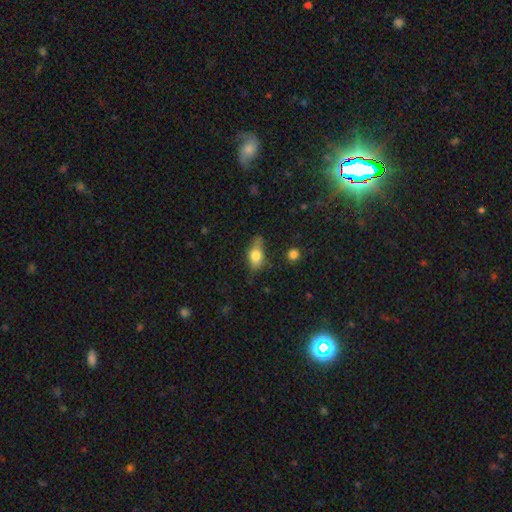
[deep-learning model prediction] Q: Smooth or featured?
A: smooth (70%); runner-up: featured or disk (22%)
Q: How rounded?
A: in between (78%); runner-up: round (11%)
Q: Merging?
A: none (61%); runner-up: minor disturbance (28%)